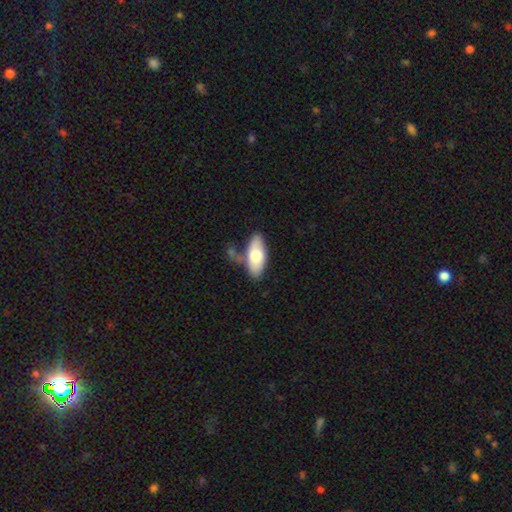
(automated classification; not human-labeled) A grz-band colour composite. It shows a smooth galaxy with no disk features (72%) that is in between round and cigar-shaped (83%). Merging: none (54%).